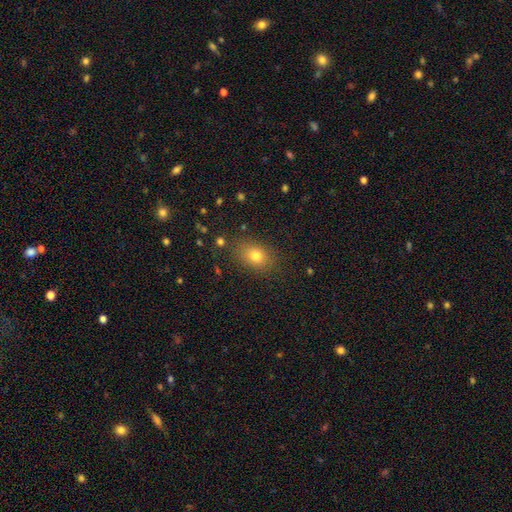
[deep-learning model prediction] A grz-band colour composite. It shows a smooth galaxy with no disk features (77%) that is in between round and cigar-shaped (68%). Merging: none (83%).